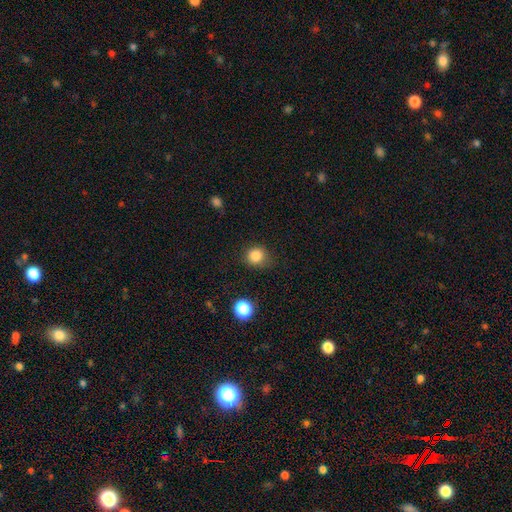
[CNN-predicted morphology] smooth 84%, star or artifact 12%, featured or disk 4%. Down the decision tree: how rounded — round (85%); merging — none (77%).